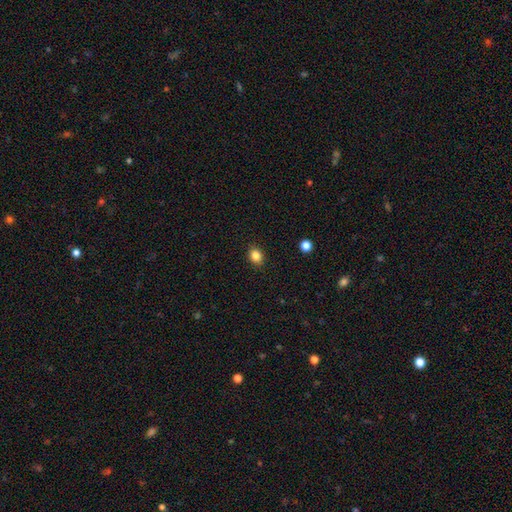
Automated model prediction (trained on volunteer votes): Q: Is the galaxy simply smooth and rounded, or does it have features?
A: smooth — 84%.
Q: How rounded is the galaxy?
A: round — 50%.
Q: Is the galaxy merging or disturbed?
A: none — 90%.